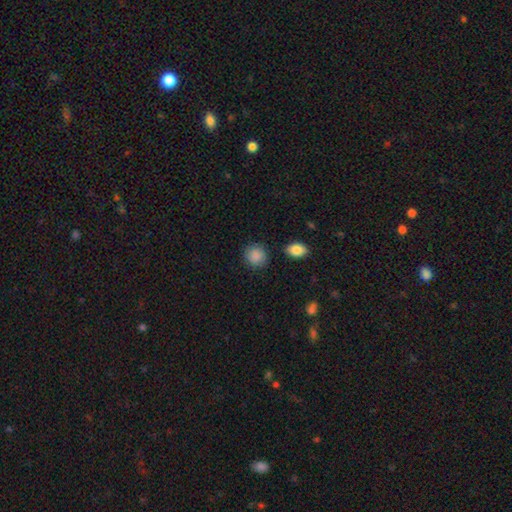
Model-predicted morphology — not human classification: smooth_or_featured: smooth (p=0.88) [alt: star or artifact p=0.08]
how_rounded: round (p=0.86) [alt: in between p=0.13]
merging: none (p=0.86) [alt: minor disturbance p=0.08]